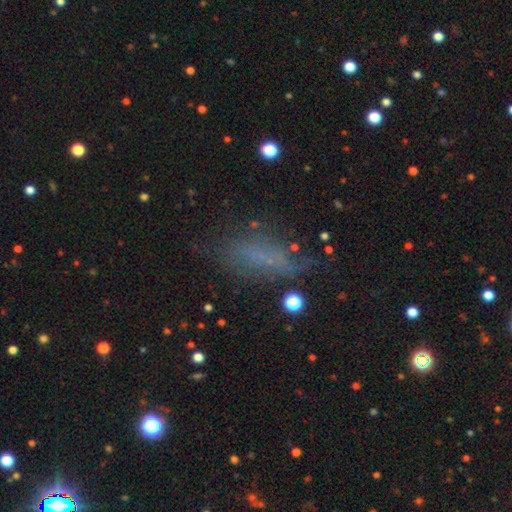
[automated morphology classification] Smooth or featured? Predicted: smooth (p=0.54). How rounded? Predicted: cigar-shaped (p=0.48, tied with in between). Merging? Predicted: none (p=0.71).